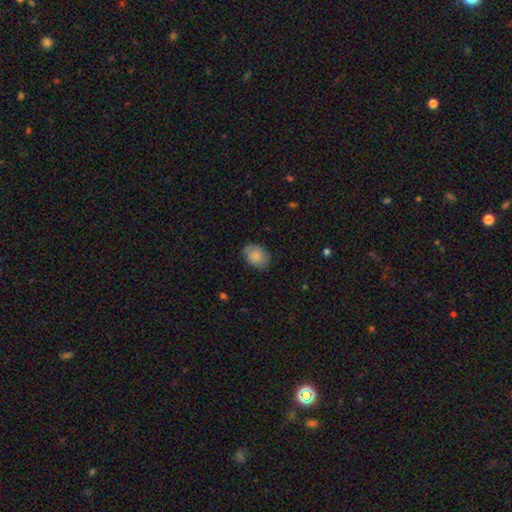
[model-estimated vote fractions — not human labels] A smooth galaxy with no disk features (82%) that is in between round and cigar-shaped (74%).

Vote fractions:
- Smooth or featured? smooth: 82% / featured or disk: 11% / star or artifact: 7%
- How rounded? in between: 74% / round: 25% / cigar-shaped: 1%
- Merging? none: 74% / minor disturbance: 20% / major disturbance: 5% / merger: 1%